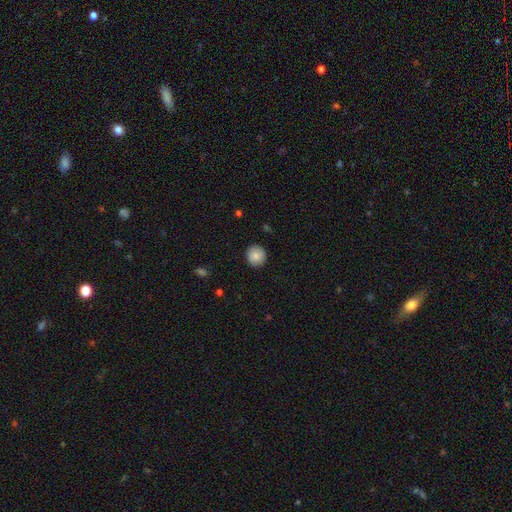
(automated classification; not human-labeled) Smooth or featured: smooth — 85% (star or artifact — 8%)
How rounded: round — 91% (in between — 8%)
Merging: none — 89% (minor disturbance — 8%)